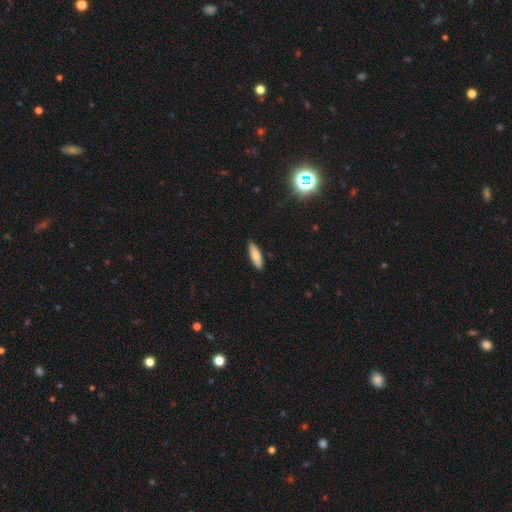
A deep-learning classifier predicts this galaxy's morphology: Smooth or featured?
  - smooth: 80% *
  - featured or disk: 13%
  - star or artifact: 7%
How rounded?
  - cigar-shaped: 60% *
  - in between: 39%
  - round: 2%
Merging?
  - none: 89% *
  - minor disturbance: 8%
  - major disturbance: 2%
  - merger: 1%